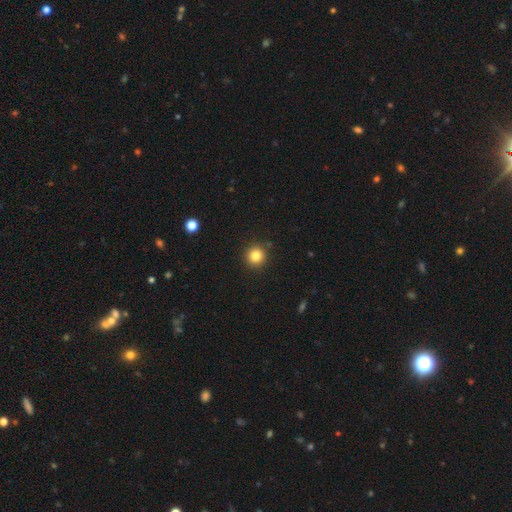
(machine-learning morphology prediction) Smooth or featured? smooth (83%)
How rounded? round (94%)
Merging? none (90%)